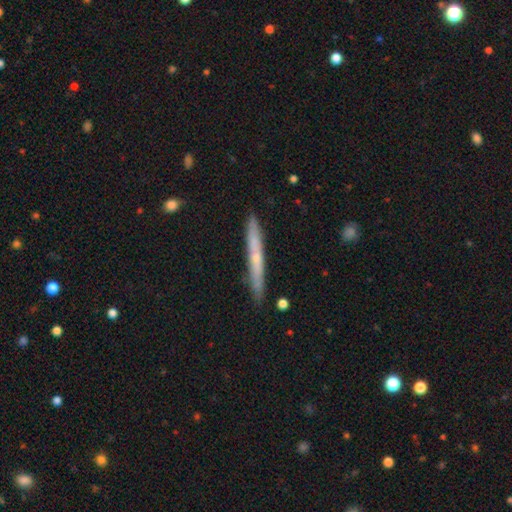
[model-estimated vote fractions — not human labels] A smooth galaxy with no disk features (47%, tied with featured or disk).

Vote fractions:
- Smooth or featured? smooth: 47% (tied) / featured or disk: 47% (tied) / star or artifact: 6%
- Merging? none: 88% / minor disturbance: 9% / major disturbance: 1% / merger: 1%